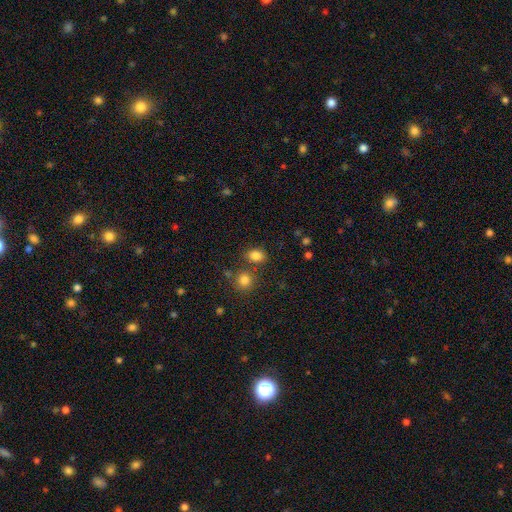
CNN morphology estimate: smooth-or-featured: smooth: 83% | star or artifact: 12% | featured or disk: 5%
  how-rounded: in between: 63% | round: 35% | cigar-shaped: 1%
  merging: none: 72% | merger: 13% | minor disturbance: 11% | major disturbance: 4%